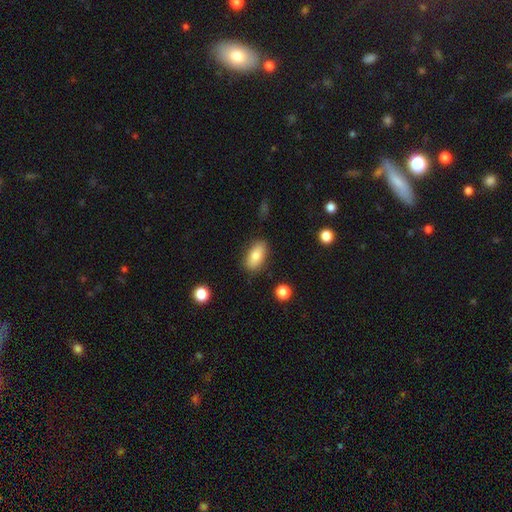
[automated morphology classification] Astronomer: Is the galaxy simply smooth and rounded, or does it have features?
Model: smooth — 79%.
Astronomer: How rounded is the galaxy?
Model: in between — 88%.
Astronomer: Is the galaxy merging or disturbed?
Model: none — 83%.